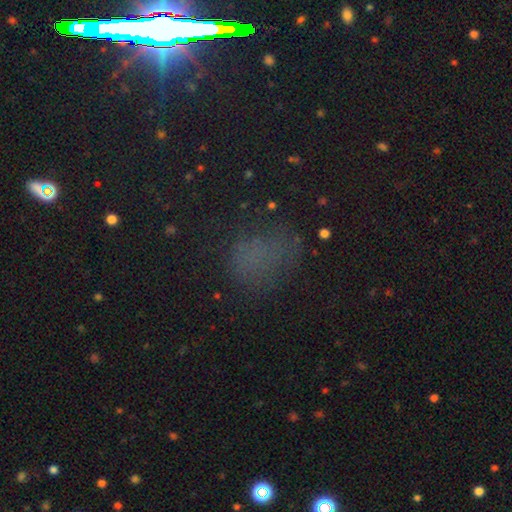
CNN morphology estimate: Smooth or featured?
  - star or artifact: 46% *
  - smooth: 42%
  - featured or disk: 12%